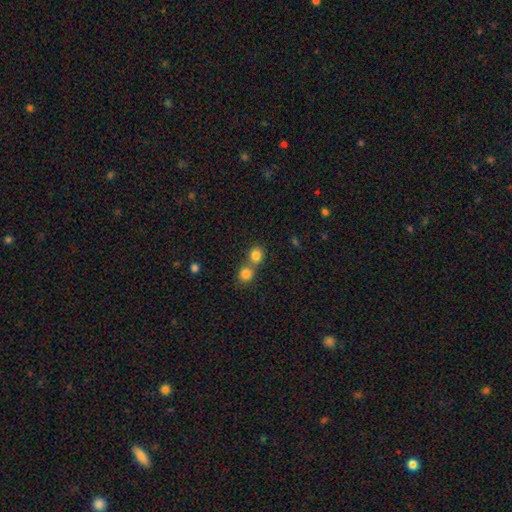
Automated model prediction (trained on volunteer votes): A smooth galaxy with no disk features (82%) that is round (80%). Merging: merger (47%).